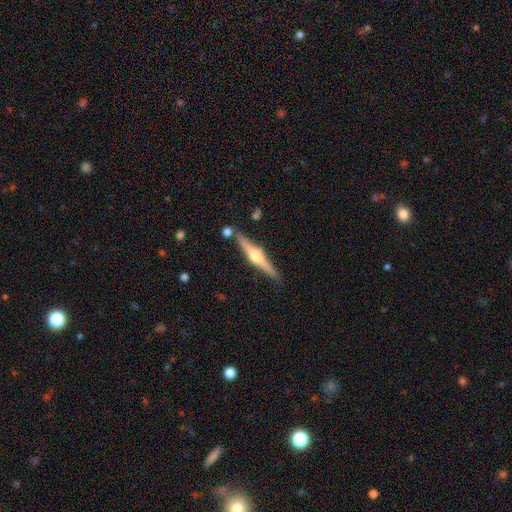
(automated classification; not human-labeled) Smooth or featured: featured or disk — 76% (smooth — 18%)
Edge-on disk: yes — 98% (no — 2%)
Edge-on bulge: rounded — 94% (boxy — 3%)
Merging: none — 84% (minor disturbance — 9%)